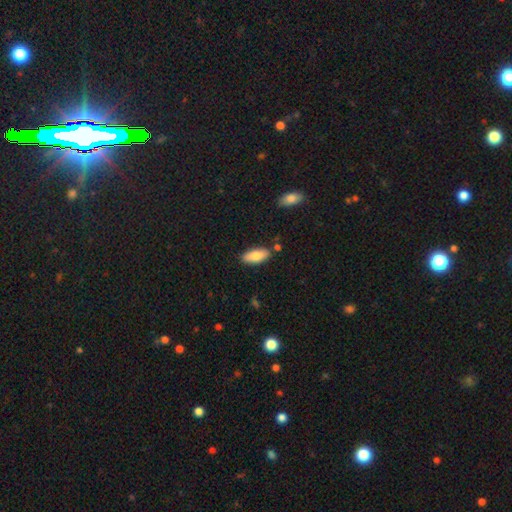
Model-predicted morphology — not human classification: smooth-or-featured: smooth: 81% | featured or disk: 12% | star or artifact: 6%
  how-rounded: in between: 81% | cigar-shaped: 17% | round: 2%
  merging: none: 82% | minor disturbance: 11% | merger: 4% | major disturbance: 2%